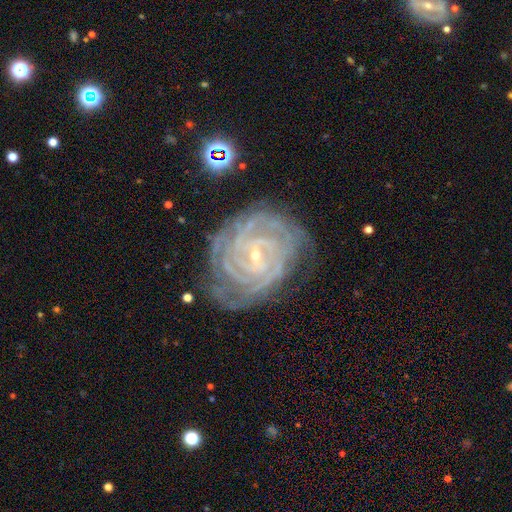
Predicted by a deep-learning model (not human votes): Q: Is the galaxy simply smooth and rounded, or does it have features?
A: featured or disk — 90%.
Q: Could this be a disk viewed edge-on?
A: no — 98%.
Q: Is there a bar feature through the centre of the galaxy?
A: no — 44%.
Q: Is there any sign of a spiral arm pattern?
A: yes — 98%.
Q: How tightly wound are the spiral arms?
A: tight — 85%.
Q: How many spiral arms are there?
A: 4 — 24%.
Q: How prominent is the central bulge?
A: small — 84%.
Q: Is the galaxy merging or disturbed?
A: none — 73%.